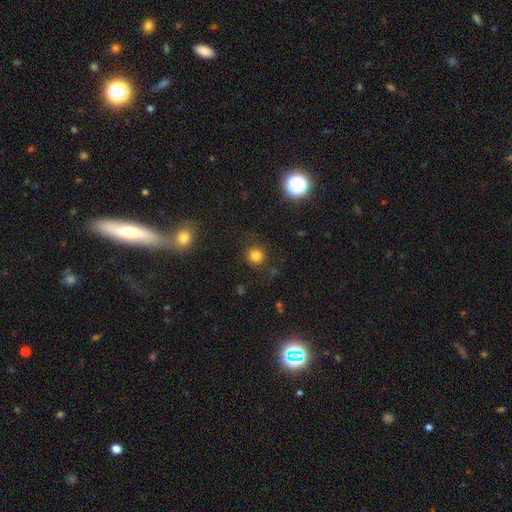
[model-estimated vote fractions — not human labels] Smooth or featured?
  - smooth: 79% *
  - star or artifact: 16%
  - featured or disk: 6%
How rounded?
  - round: 92% *
  - in between: 7%
  - cigar-shaped: 1%
Merging?
  - none: 86% *
  - minor disturbance: 9%
  - major disturbance: 4%
  - merger: 2%